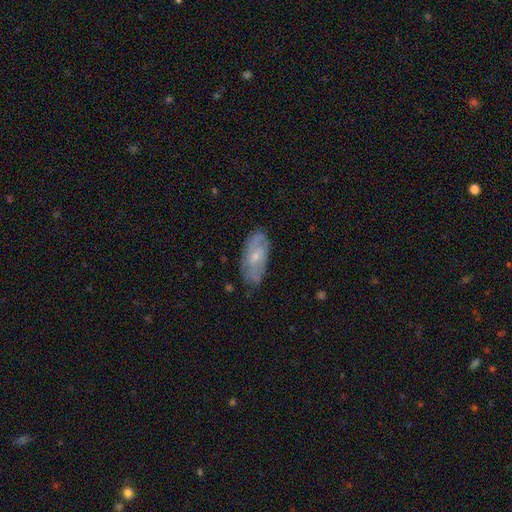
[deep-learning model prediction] smooth-or-featured: featured or disk: 57% | smooth: 37% | star or artifact: 7%
  disk-edge-on: no: 90% | yes: 10%
    bar: no: 68% | weak: 27% | strong: 5%
    has-spiral-arms: yes: 71% | no: 29%
    bulge-size: small: 58% | moderate: 35% | none: 4% | large: 2% | dominant: 1%
  merging: none: 70% | minor disturbance: 23% | major disturbance: 5% | merger: 1%